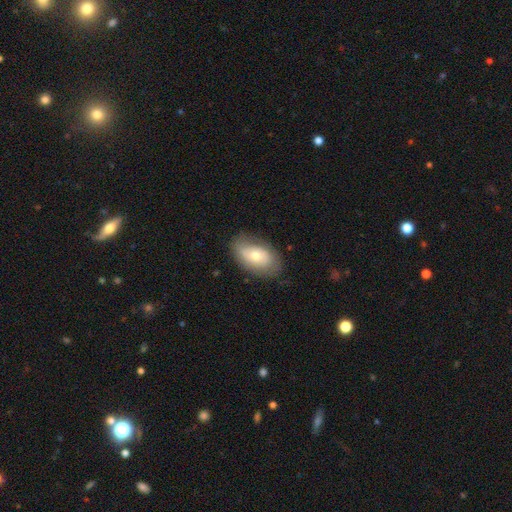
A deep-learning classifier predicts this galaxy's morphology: smooth 58%, featured or disk 35%, star or artifact 7%. Down the decision tree: how rounded — in between (91%); merging — none (74%).